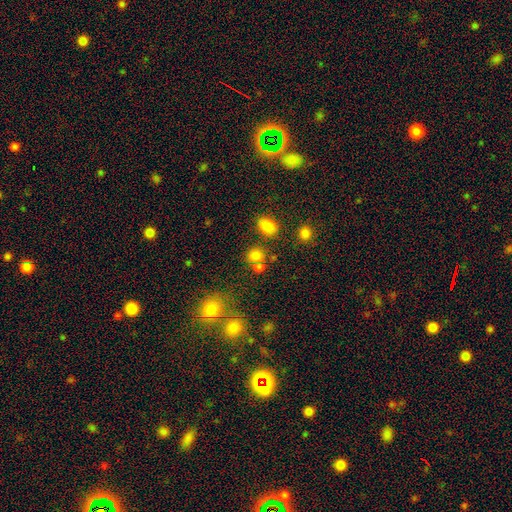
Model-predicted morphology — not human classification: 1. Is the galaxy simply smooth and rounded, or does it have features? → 78% smooth, 16% star or artifact, 7% featured or disk.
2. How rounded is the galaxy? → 79% round, 20% in between, 1% cigar-shaped.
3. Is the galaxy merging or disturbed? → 65% none, 22% merger, 9% minor disturbance, 4% major disturbance.